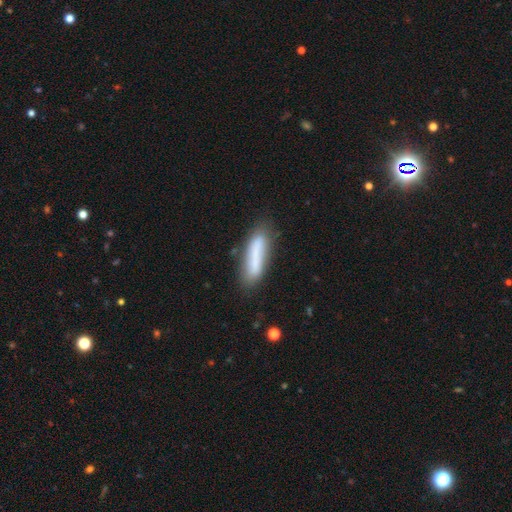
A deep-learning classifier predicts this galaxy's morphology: Q: Smooth or featured?
A: smooth (71%); runner-up: featured or disk (21%)
Q: How rounded?
A: cigar-shaped (71%); runner-up: in between (27%)
Q: Merging?
A: none (67%); runner-up: minor disturbance (21%)